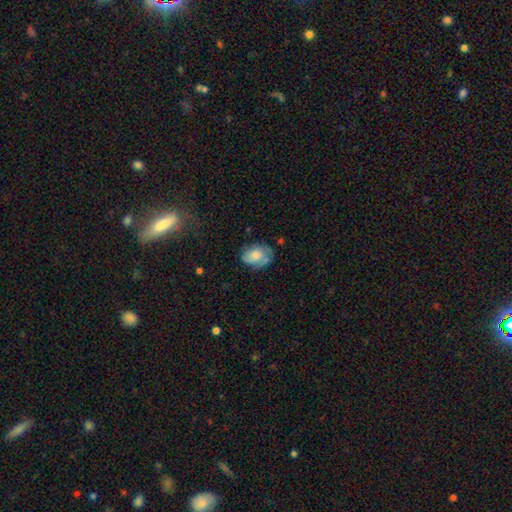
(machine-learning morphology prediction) Overall: smooth (69%). How rounded: in between (75%). Merging: none (60%; minor disturbance 27%).